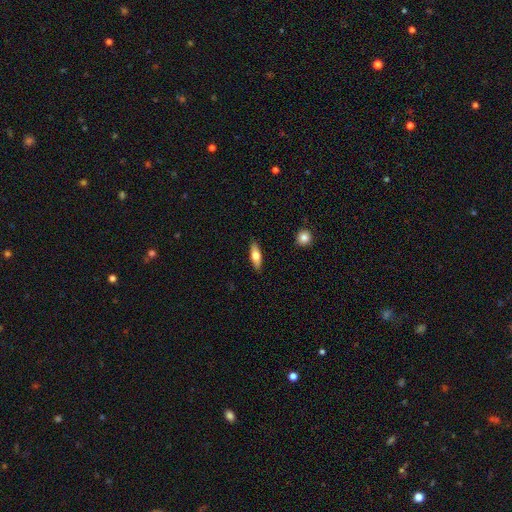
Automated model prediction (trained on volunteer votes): The model was most divided on "how rounded": in between: 60%, cigar-shaped: 37%, round: 3%. More confident: merging — none (88%); smooth or featured — smooth (62%).